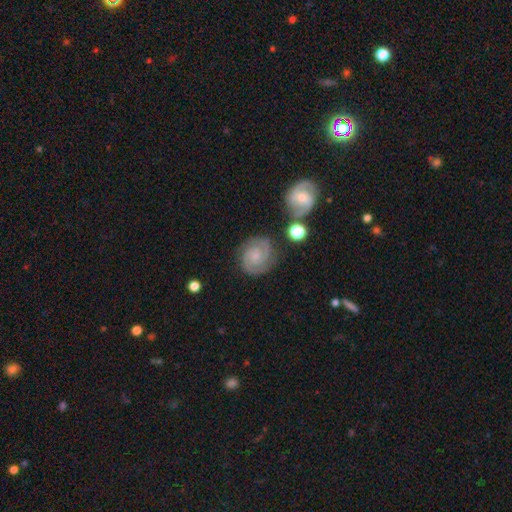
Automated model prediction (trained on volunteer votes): The model was most divided on "spiral winding": tight: 58%, medium: 36%, loose: 6%. More confident: edge-on disk — no (98%); spiral arms — yes (97%); spiral arm count — 2 (85%); merging — none (79%); smooth or featured — featured or disk (79%); bar — no (66%); bulge size — small (62%).